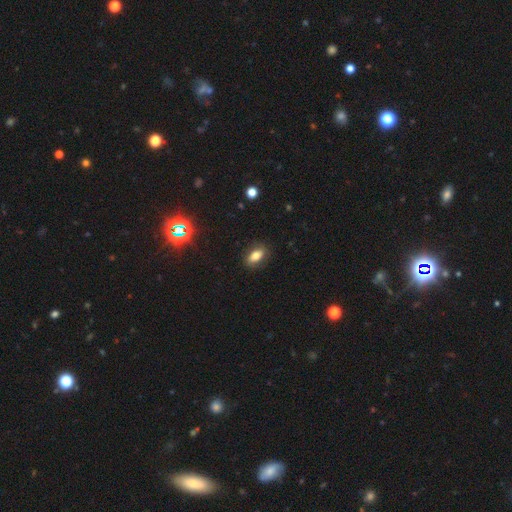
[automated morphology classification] Smooth or featured: smooth — 77% (featured or disk — 13%)
How rounded: in between — 86% (round — 8%)
Merging: none — 85% (minor disturbance — 11%)